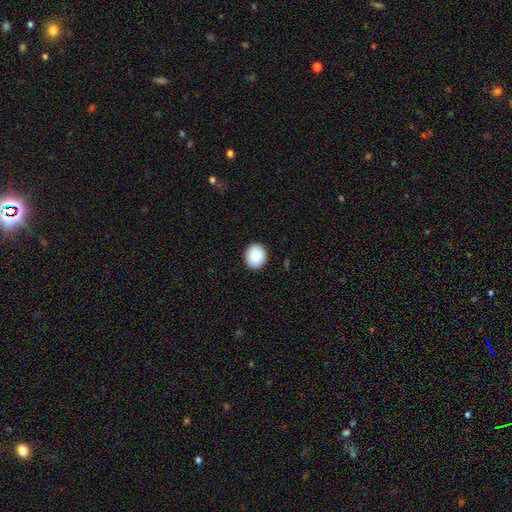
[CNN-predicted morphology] smooth-or-featured: smooth: 90% | star or artifact: 7% | featured or disk: 3%
  how-rounded: round: 68% | in between: 31% | cigar-shaped: 1%
  merging: none: 91% | minor disturbance: 7% | major disturbance: 2% | merger: 1%